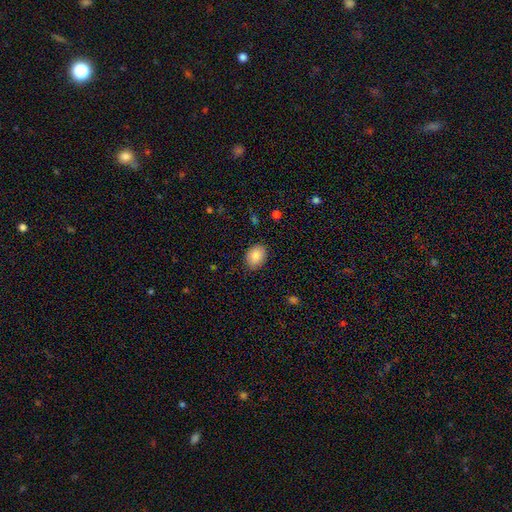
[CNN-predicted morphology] Smooth or featured?
  - smooth: 87% *
  - star or artifact: 7%
  - featured or disk: 6%
How rounded?
  - in between: 68% *
  - round: 31%
  - cigar-shaped: 1%
Merging?
  - none: 83% *
  - minor disturbance: 13%
  - major disturbance: 3%
  - merger: 1%